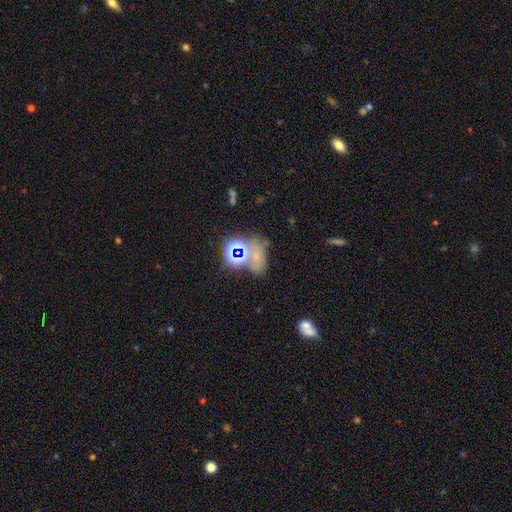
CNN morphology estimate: This appears to be a star or artifact, not a galaxy (47%).